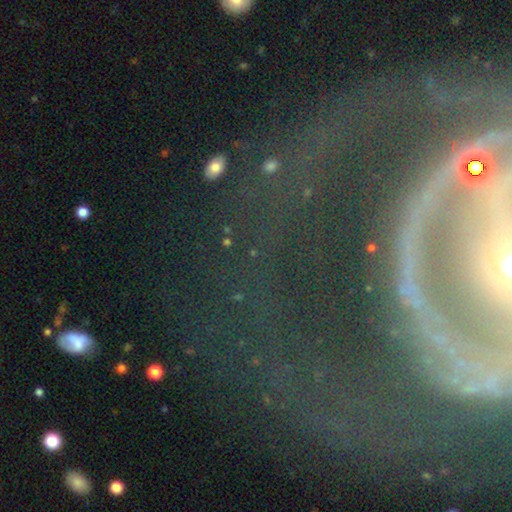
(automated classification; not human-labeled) A featured or disk galaxy (76%) with a strong bar (47%), 2 (59%) medium (41%) spiral arms (86%) and a small central bulge (51%). Merging: none (56%).